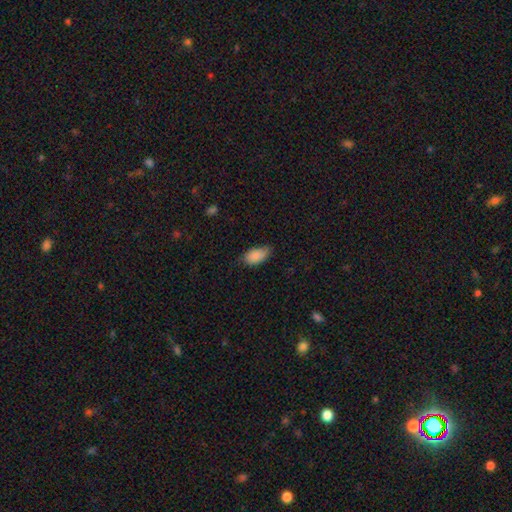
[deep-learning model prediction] A smooth galaxy with no disk features (86%) that is in between round and cigar-shaped (93%).

Vote fractions:
- Smooth or featured? smooth: 86% / star or artifact: 7% / featured or disk: 7%
- How rounded? in between: 93% / round: 4% / cigar-shaped: 3%
- Merging? none: 65% / minor disturbance: 29% / major disturbance: 5% / merger: 1%